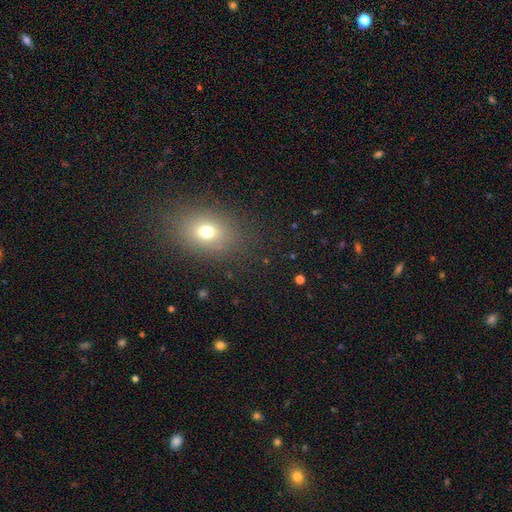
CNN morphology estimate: The model was most divided on "how rounded": in between: 65%, round: 33%, cigar-shaped: 2%. More confident: merging — none (88%); smooth or featured — smooth (67%).